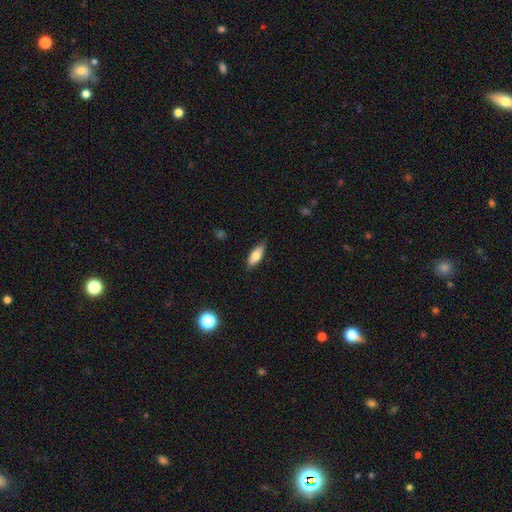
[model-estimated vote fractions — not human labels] smooth_or_featured: smooth (p=0.73) [alt: featured or disk p=0.20]
how_rounded: in between (p=0.75) [alt: cigar-shaped p=0.22]
merging: none (p=0.82) [alt: minor disturbance p=0.15]